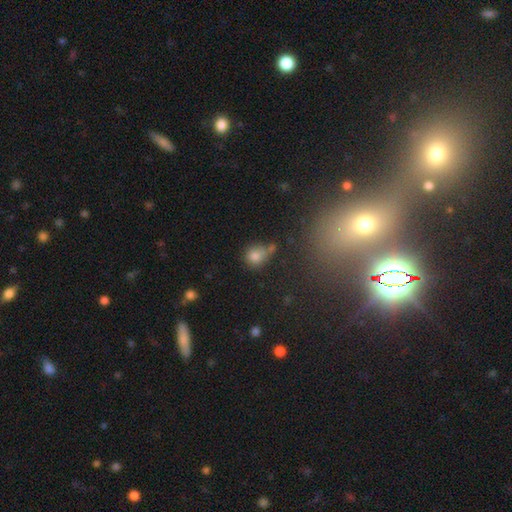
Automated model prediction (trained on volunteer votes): Smooth or featured? Predicted: smooth (p=0.78). How rounded? Predicted: round (p=0.78). Merging? Predicted: none (p=0.50).